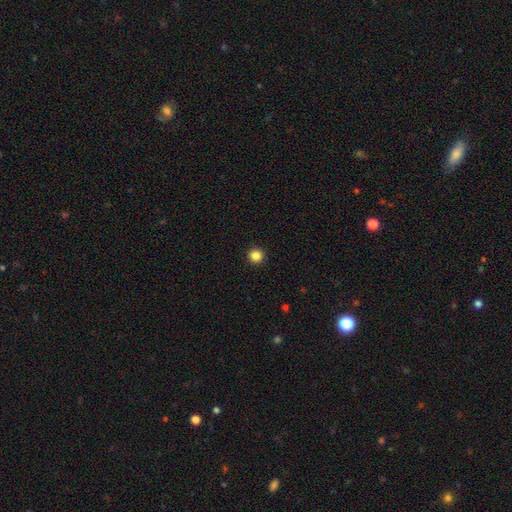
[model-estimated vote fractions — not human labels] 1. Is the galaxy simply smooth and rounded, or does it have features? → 85% smooth, 11% star or artifact, 3% featured or disk.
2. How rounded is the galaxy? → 96% round, 3% in between, 1% cigar-shaped.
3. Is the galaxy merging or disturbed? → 94% none, 4% minor disturbance, 1% major disturbance, 1% merger.